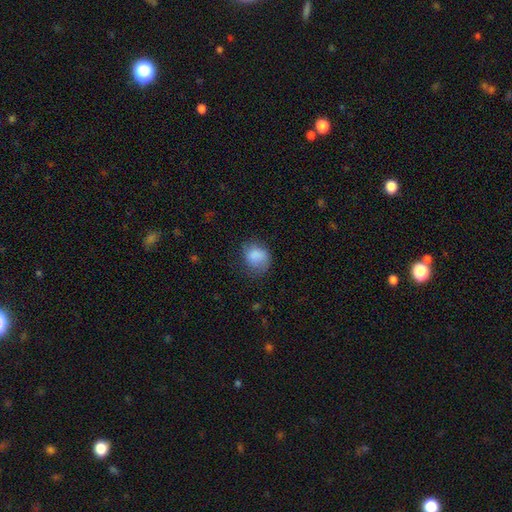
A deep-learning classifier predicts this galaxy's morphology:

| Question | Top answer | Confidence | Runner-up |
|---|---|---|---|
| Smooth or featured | smooth | 83% | featured or disk (8%) |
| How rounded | round | 62% | in between (37%) |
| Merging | none | 58% | minor disturbance (27%) |